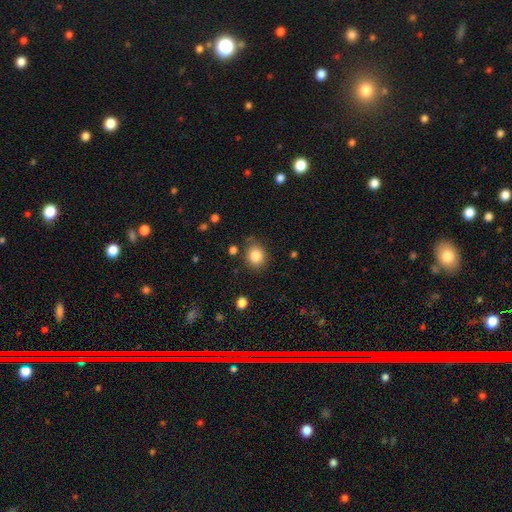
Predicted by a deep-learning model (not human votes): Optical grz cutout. It shows a smooth galaxy with no disk features (83%) that is round (74%). Merging: none (80%).